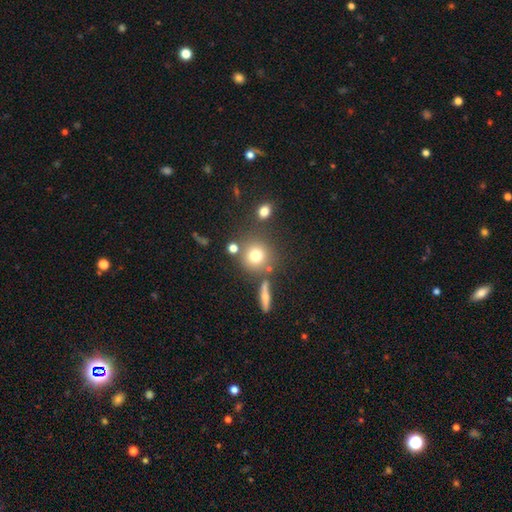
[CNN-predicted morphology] Smooth or featured: smooth — 74% (star or artifact — 14%)
How rounded: round — 90% (in between — 9%)
Merging: none — 73% (merger — 12%)